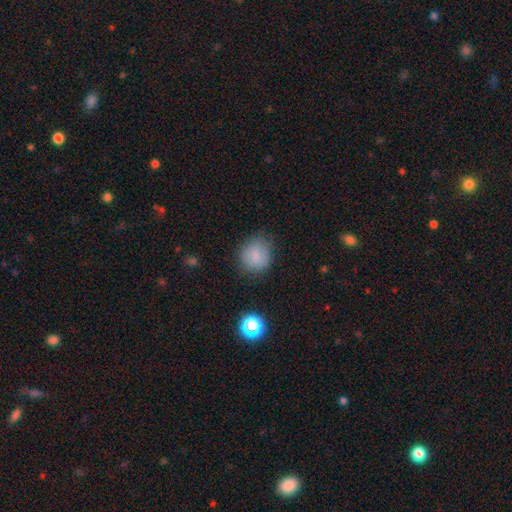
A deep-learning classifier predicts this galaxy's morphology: Smooth or featured? smooth (82%)
How rounded? round (76%)
Merging? none (78%)